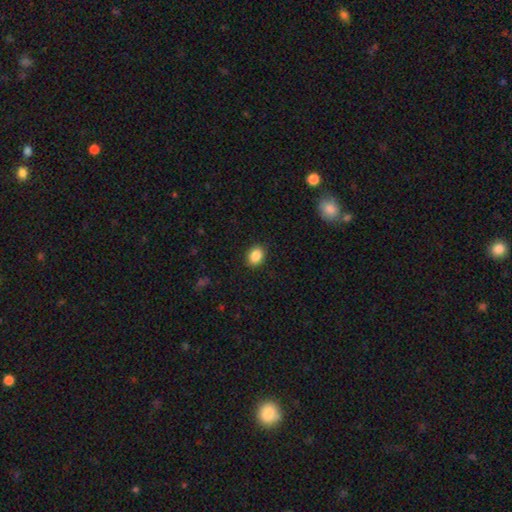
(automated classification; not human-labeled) This is clearly a smooth galaxy (87%). How rounded: possibly in between (59%). Merging: clearly none (90%).